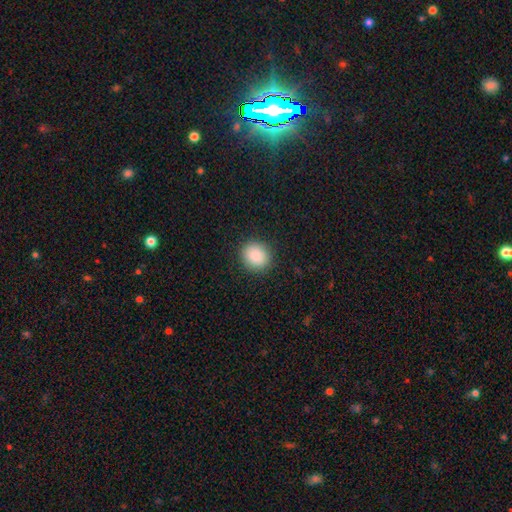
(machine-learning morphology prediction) smooth 89%, star or artifact 8%, featured or disk 3%. Down the decision tree: how rounded — round (80%); merging — none (91%).